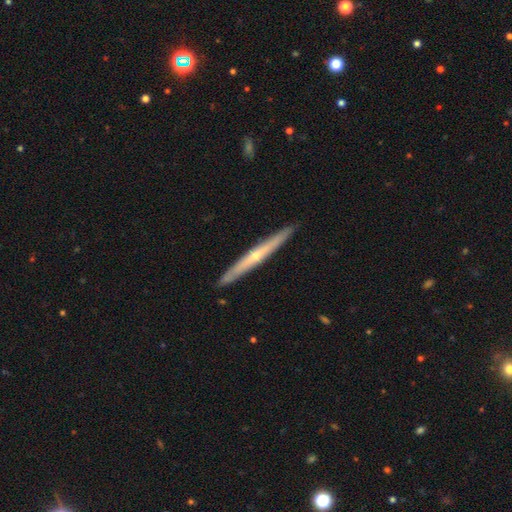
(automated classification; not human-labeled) Morphology: type=featured or disk (68%); edge-on=yes (96%); edge-on bulge=rounded (67%); merging=none (91%).